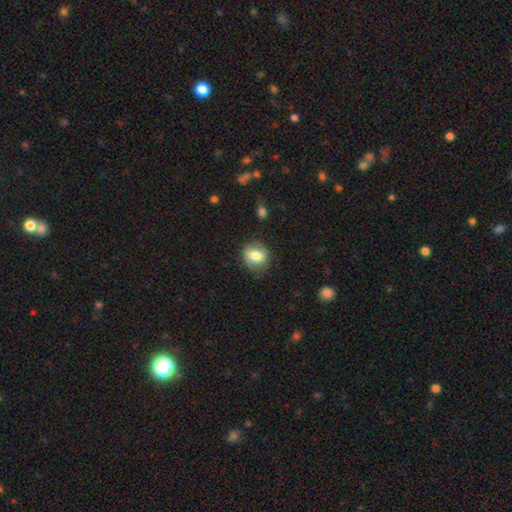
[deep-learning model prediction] A smooth galaxy with no disk features (74%) that is round (64%).

Vote fractions:
- Smooth or featured? smooth: 74% / featured or disk: 18% / star or artifact: 8%
- How rounded? round: 64% / in between: 34% / cigar-shaped: 1%
- Merging? none: 77% / minor disturbance: 16% / major disturbance: 5% / merger: 1%